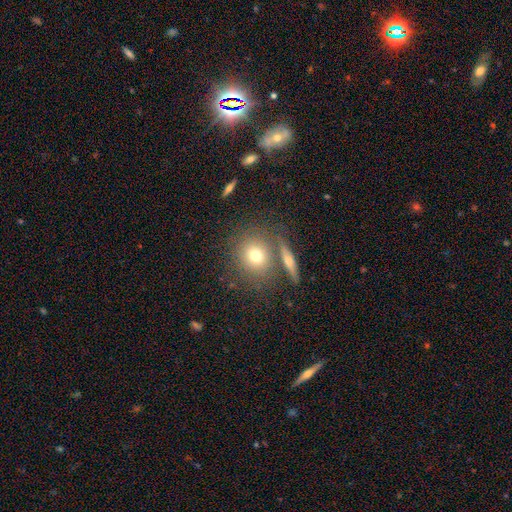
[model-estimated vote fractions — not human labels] Smooth or featured? smooth (72%)
How rounded? round (80%)
Merging? none (72%)